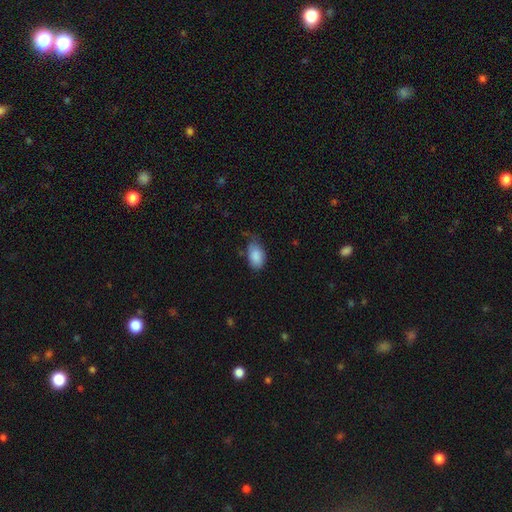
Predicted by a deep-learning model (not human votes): A smooth galaxy with no disk features (87%) that is in between round and cigar-shaped (91%).

Vote fractions:
- Smooth or featured? smooth: 87% / star or artifact: 7% / featured or disk: 7%
- How rounded? in between: 91% / round: 7% / cigar-shaped: 1%
- Merging? none: 44% / minor disturbance: 40% / major disturbance: 13% / merger: 3%